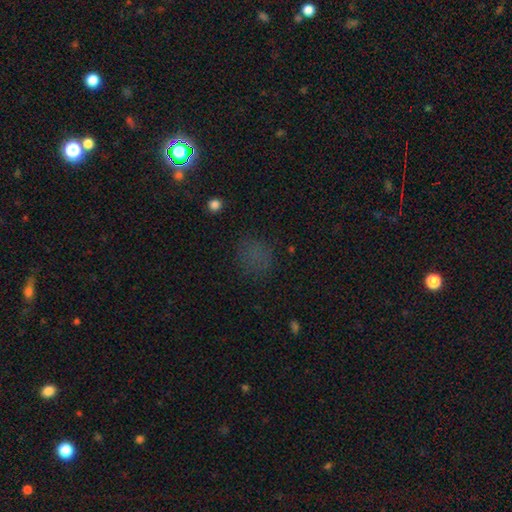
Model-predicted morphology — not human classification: Smooth or featured? Predicted: smooth (p=0.52). How rounded? Predicted: round (p=0.77). Merging? Predicted: none (p=0.73).